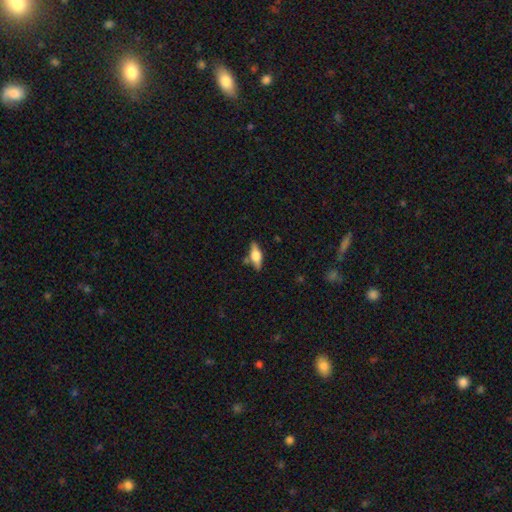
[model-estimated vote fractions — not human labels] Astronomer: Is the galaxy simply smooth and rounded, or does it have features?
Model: smooth — 50% (runner-up: featured or disk, 43%).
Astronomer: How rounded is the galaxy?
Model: in between — 62%.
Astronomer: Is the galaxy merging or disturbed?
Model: none — 75%.